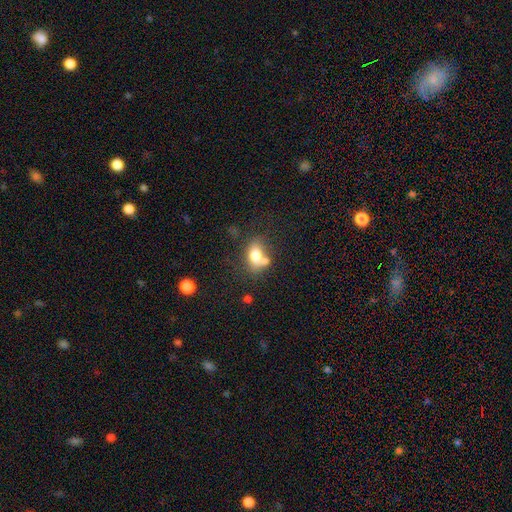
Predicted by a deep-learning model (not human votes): The model was most divided on "merging": none: 41%, merger: 33%, minor disturbance: 18%, major disturbance: 8%. More confident: smooth or featured — smooth (74%); how rounded — in between (71%).